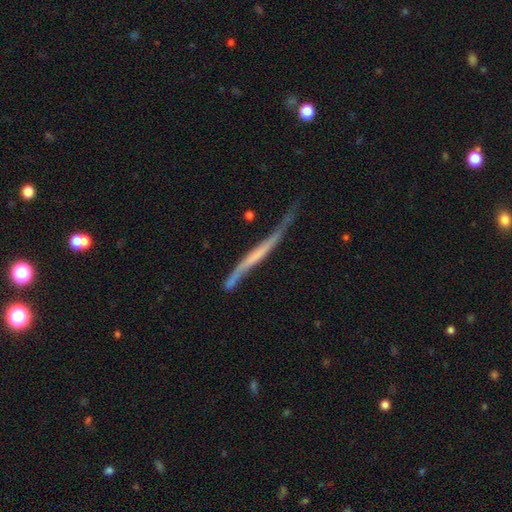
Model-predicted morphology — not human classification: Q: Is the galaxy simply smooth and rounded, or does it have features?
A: featured or disk — 65%.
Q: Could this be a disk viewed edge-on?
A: yes — 81%.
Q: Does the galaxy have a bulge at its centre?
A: none — 75%.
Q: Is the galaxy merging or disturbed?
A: none — 40%.